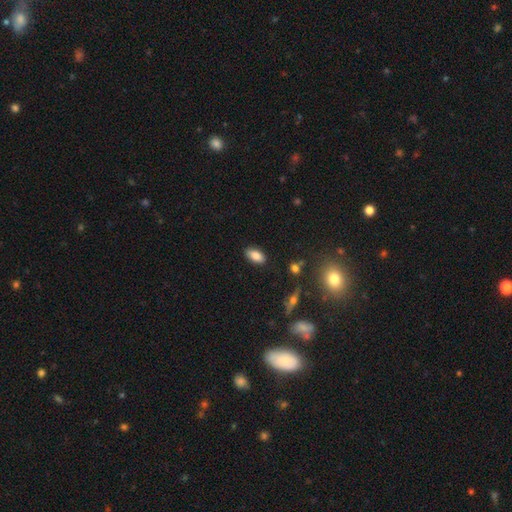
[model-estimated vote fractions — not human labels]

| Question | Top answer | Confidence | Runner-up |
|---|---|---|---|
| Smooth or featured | smooth | 82% | star or artifact (9%) |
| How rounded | in between | 91% | cigar-shaped (5%) |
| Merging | none | 87% | minor disturbance (10%) |